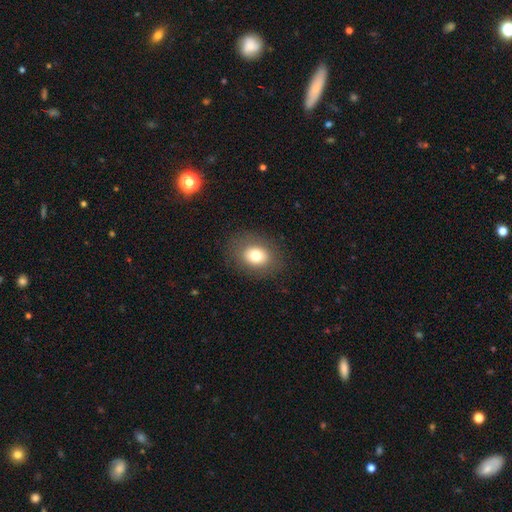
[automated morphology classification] A smooth galaxy with no disk features (75%) that is in between round and cigar-shaped (57%).

Vote fractions:
- Smooth or featured? smooth: 75% / featured or disk: 15% / star or artifact: 10%
- How rounded? in between: 57% / round: 42% / cigar-shaped: 1%
- Merging? none: 84% / minor disturbance: 10% / major disturbance: 5% / merger: 1%